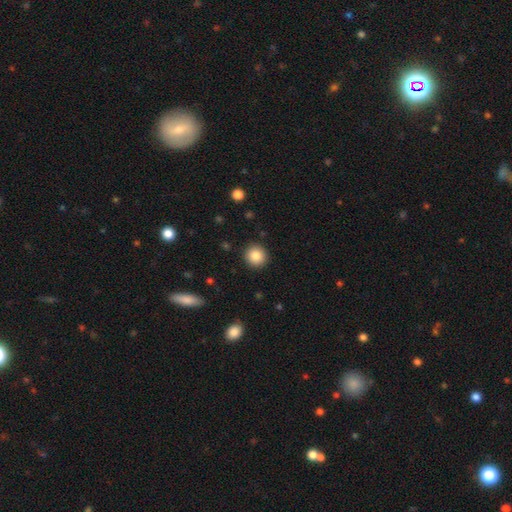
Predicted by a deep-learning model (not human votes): Smooth or featured: smooth — 85% (star or artifact — 9%)
How rounded: round — 92% (in between — 7%)
Merging: none — 91% (minor disturbance — 6%)